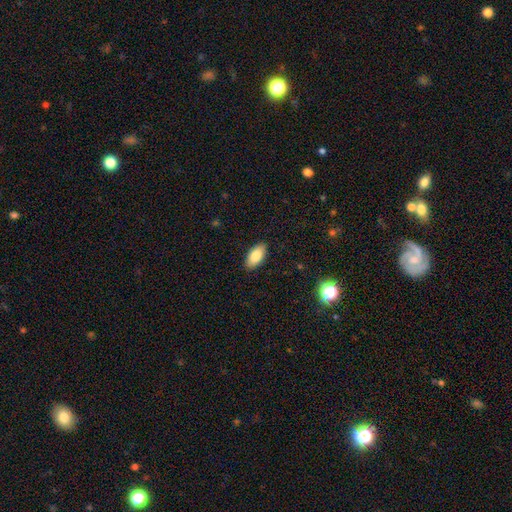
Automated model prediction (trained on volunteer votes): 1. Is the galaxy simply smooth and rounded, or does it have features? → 84% smooth, 9% featured or disk, 7% star or artifact.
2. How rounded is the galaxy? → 92% in between, 5% cigar-shaped, 3% round.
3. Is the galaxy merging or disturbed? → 89% none, 8% minor disturbance, 2% major disturbance, 1% merger.